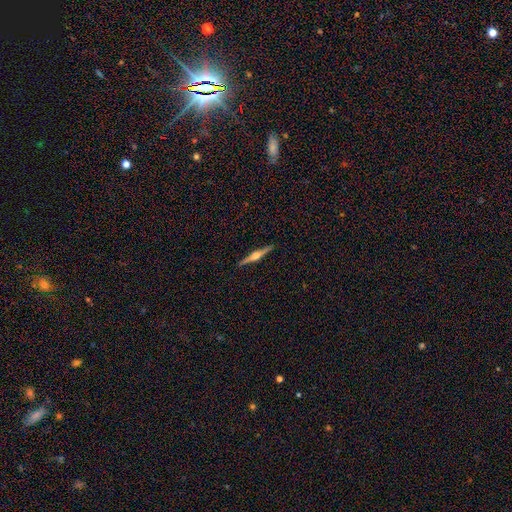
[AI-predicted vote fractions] Smooth or featured? featured or disk (79%)
Edge-on disk? yes (98%)
Edge-on bulge? rounded (93%)
Merging? none (92%)